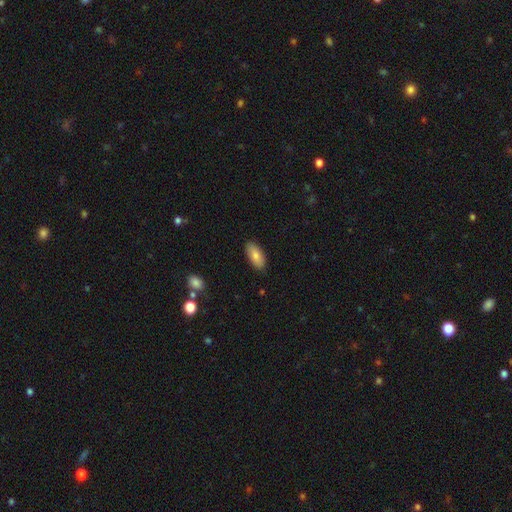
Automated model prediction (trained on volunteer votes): Smooth or featured? smooth (83%)
How rounded? in between (90%)
Merging? none (88%)